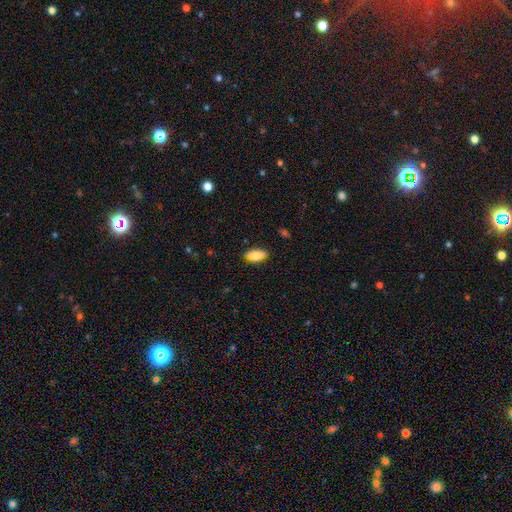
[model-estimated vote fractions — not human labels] smooth 78%, featured or disk 14%, star or artifact 7%. Down the decision tree: how rounded — in between (84%); merging — none (82%).